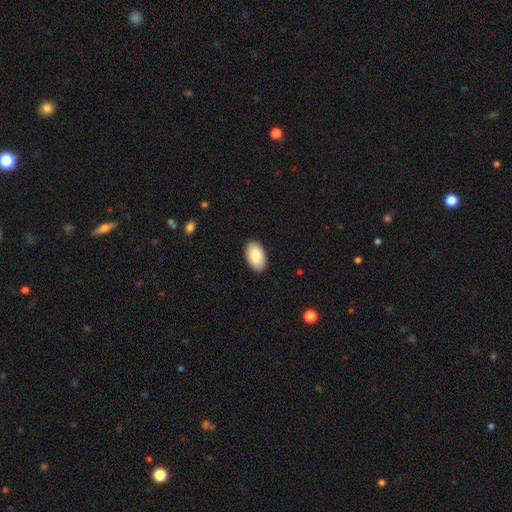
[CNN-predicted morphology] This is clearly a smooth galaxy (86%). How rounded: clearly in between (95%). Merging: clearly none (90%).